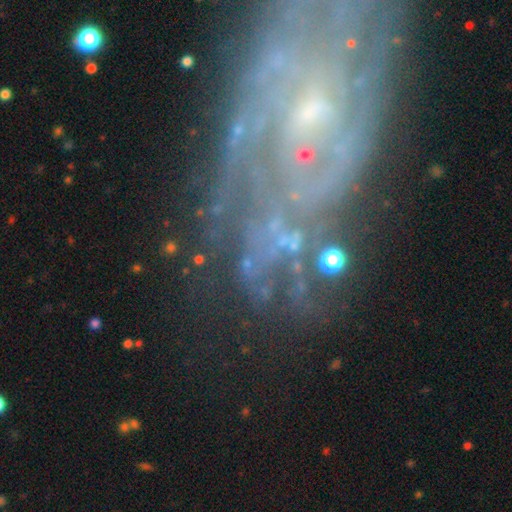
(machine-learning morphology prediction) Smooth or featured: featured or disk — 74% (star or artifact — 16%)
Edge-on disk: no — 96% (yes — 4%)
Bar: no — 58% (weak — 29%)
Spiral arms: yes — 84% (no — 16%)
Spiral winding: tight — 55% (medium — 31%)
Spiral arm count: can't tell — 36% (2 — 21%)
Bulge size: small — 62% (moderate — 19%)
Merging: none — 58% (major disturbance — 19%)